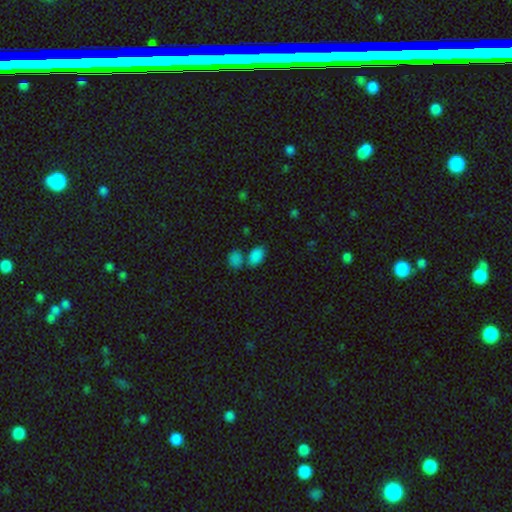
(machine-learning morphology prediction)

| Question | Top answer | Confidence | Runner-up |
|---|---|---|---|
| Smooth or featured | smooth | 84% | star or artifact (12%) |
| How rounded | in between | 89% | round (10%) |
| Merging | none | 56% | merger (28%) |